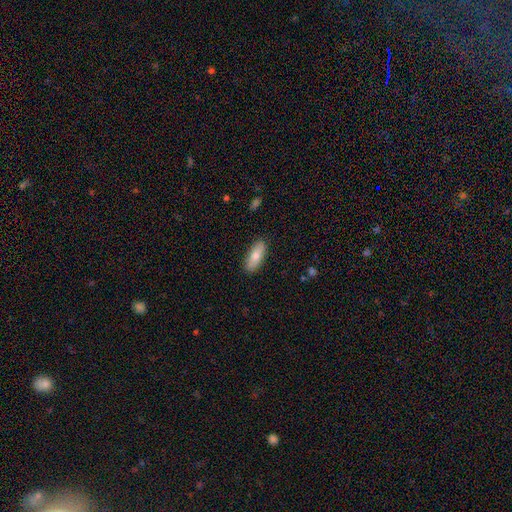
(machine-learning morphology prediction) A smooth galaxy with no disk features (77%) that is in between round and cigar-shaped (72%).

Vote fractions:
- Smooth or featured? smooth: 77% / featured or disk: 18% / star or artifact: 6%
- How rounded? in between: 72% / cigar-shaped: 25% / round: 2%
- Merging? none: 88% / minor disturbance: 9% / major disturbance: 2% / merger: 1%